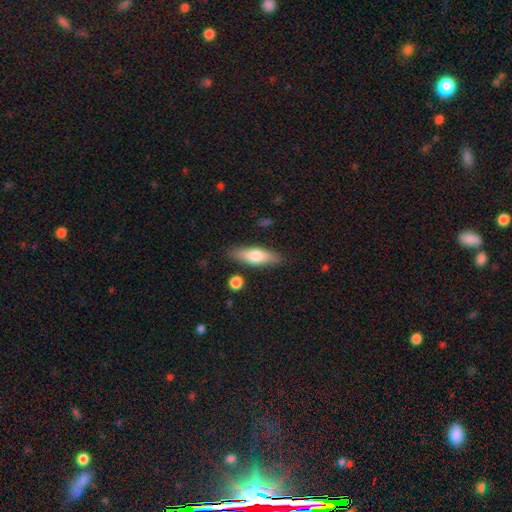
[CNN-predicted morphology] smooth_or_featured: smooth (p=0.64) [alt: featured or disk p=0.30]
how_rounded: cigar-shaped (p=0.51) [alt: in between p=0.46]
merging: none (p=0.84) [alt: minor disturbance p=0.11]